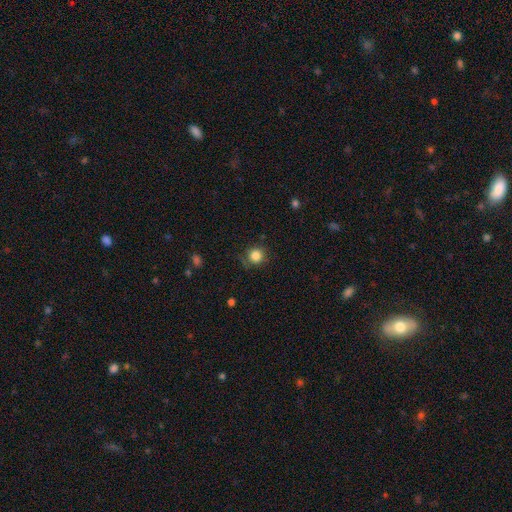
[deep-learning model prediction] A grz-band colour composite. It shows a smooth galaxy with no disk features (84%) that is round (90%). Merging: none (77%).